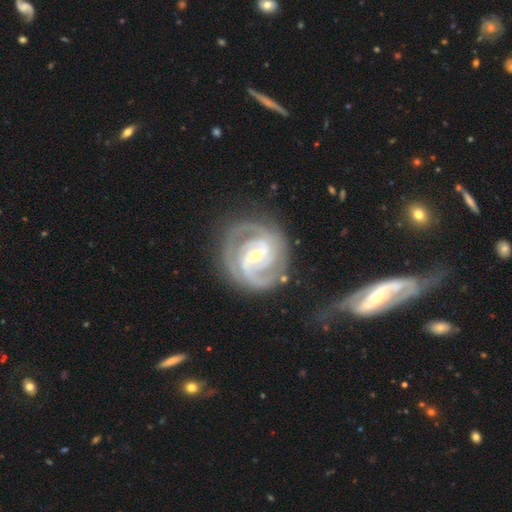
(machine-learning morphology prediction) Q: Smooth or featured?
A: featured or disk (90%); runner-up: smooth (6%)
Q: Edge-on disk?
A: no (98%); runner-up: yes (2%)
Q: Bar?
A: weak (40%); runner-up: no (37%)
Q: Spiral arms?
A: yes (97%); runner-up: no (3%)
Q: Spiral winding?
A: tight (57%); runner-up: medium (36%)
Q: Spiral arm count?
A: 2 (60%); runner-up: 3 (19%)
Q: Bulge size?
A: small (66%); runner-up: moderate (31%)
Q: Merging?
A: none (73%); runner-up: minor disturbance (16%)